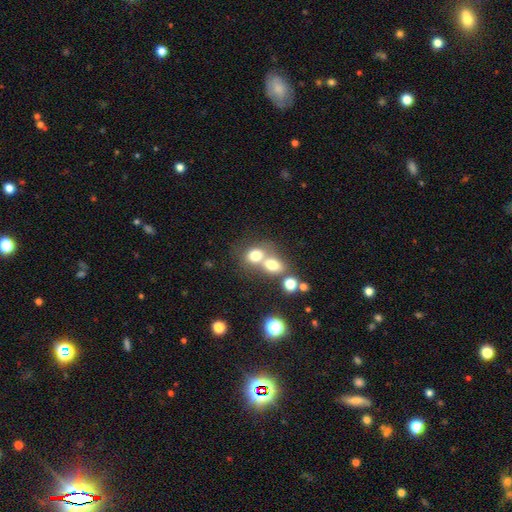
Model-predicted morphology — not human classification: A smooth galaxy with no disk features (72%) that is round (58%).

Vote fractions:
- Smooth or featured? smooth: 72% / featured or disk: 14% / star or artifact: 13%
- How rounded? round: 58% / in between: 41% / cigar-shaped: 1%
- Merging? merger: 60% / none: 29% / minor disturbance: 7% / major disturbance: 4%